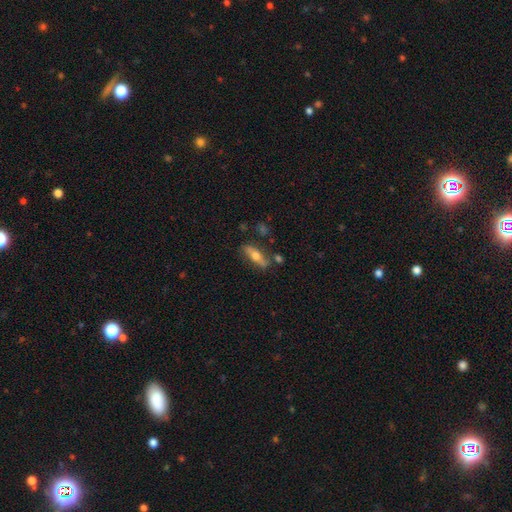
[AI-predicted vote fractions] Smooth or featured? Predicted: smooth (p=0.52). How rounded? Predicted: cigar-shaped (p=0.49). Merging? Predicted: none (p=0.73).